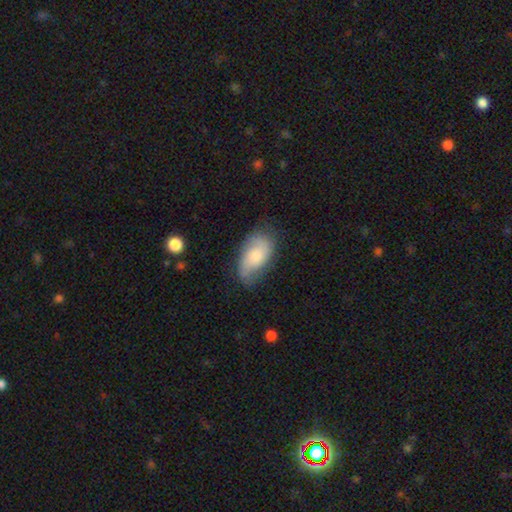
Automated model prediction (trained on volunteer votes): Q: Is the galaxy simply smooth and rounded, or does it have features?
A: smooth — 57%.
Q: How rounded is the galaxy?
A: in between — 93%.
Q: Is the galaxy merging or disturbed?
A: none — 59%.